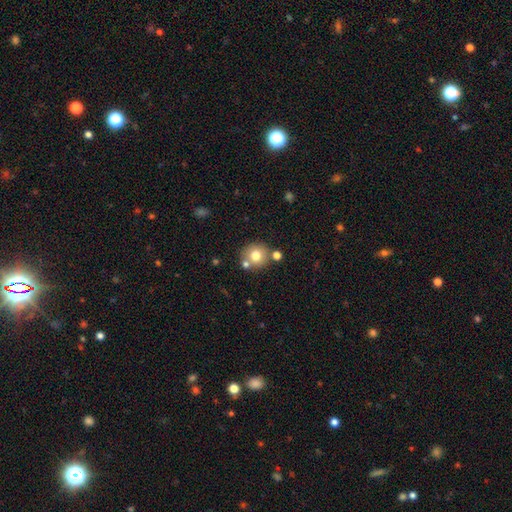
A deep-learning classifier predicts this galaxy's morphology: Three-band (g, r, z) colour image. It shows a smooth galaxy with no disk features (73%) that is round (88%). Merging: none (72%).